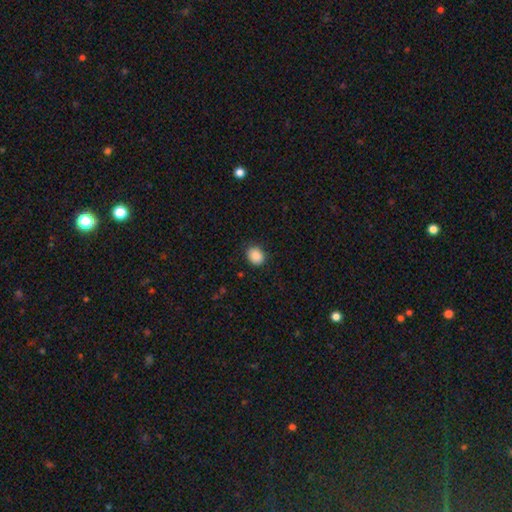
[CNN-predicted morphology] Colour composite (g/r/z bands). It shows a smooth galaxy with no disk features (88%) that is round (59%). Merging: none (84%).